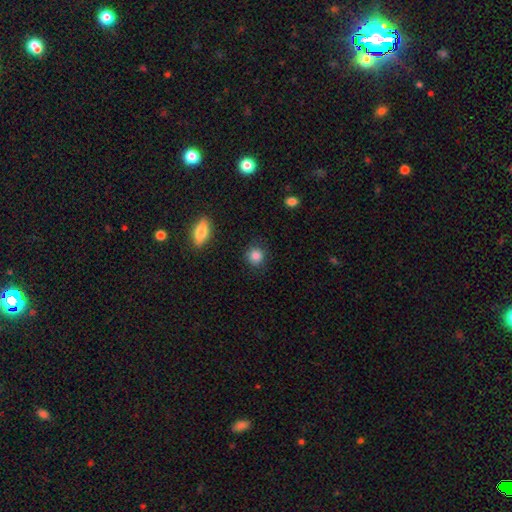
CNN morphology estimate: Smooth or featured? Predicted: smooth (p=0.86). How rounded? Predicted: round (p=0.87). Merging? Predicted: none (p=0.87).